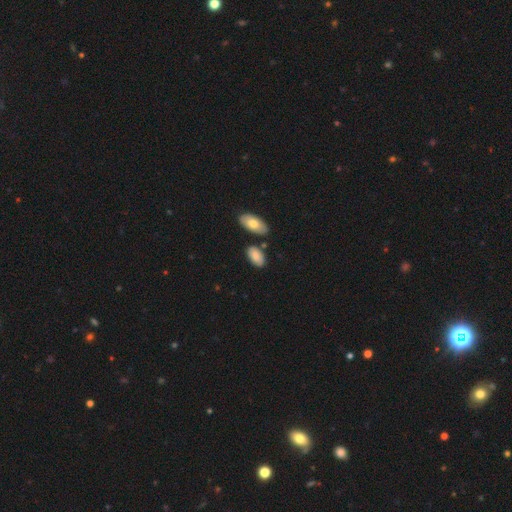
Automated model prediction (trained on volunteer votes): Smooth or featured?
  - smooth: 83% *
  - featured or disk: 11%
  - star or artifact: 6%
How rounded?
  - in between: 94% *
  - round: 4%
  - cigar-shaped: 3%
Merging?
  - none: 72% *
  - minor disturbance: 15%
  - merger: 9%
  - major disturbance: 3%